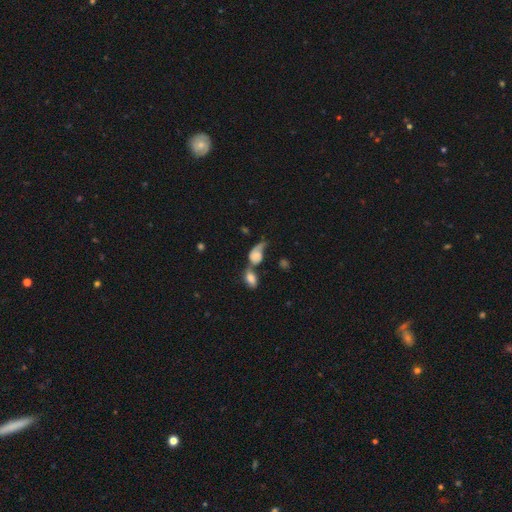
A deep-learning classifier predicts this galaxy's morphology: smooth-or-featured: smooth: 62% | featured or disk: 28% | star or artifact: 10%
  how-rounded: in between: 73% | round: 24% | cigar-shaped: 4%
  merging: merger: 55% | major disturbance: 18% | none: 16% | minor disturbance: 11%